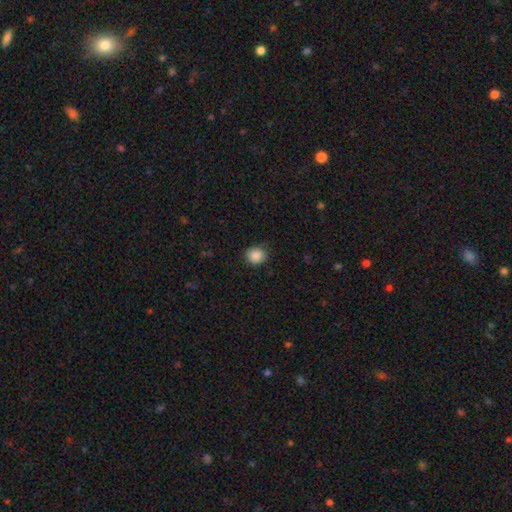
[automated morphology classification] A smooth galaxy with no disk features (88%) that is round (81%).

Vote fractions:
- Smooth or featured? smooth: 88% / star or artifact: 9% / featured or disk: 3%
- How rounded? round: 81% / in between: 18% / cigar-shaped: 1%
- Merging? none: 86% / minor disturbance: 11% / major disturbance: 3% / merger: 1%